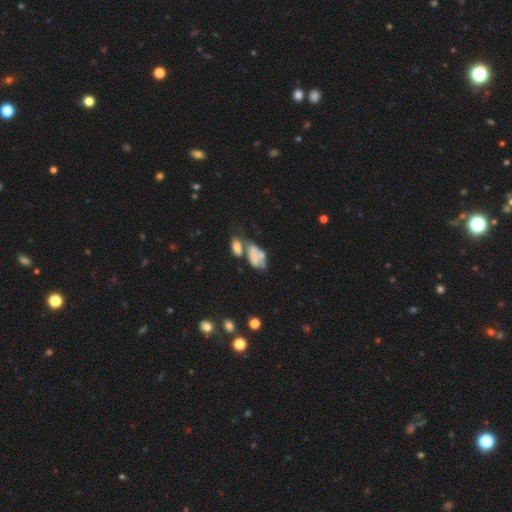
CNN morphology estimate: A smooth galaxy with no disk features (46%). Merging: merger (46%).